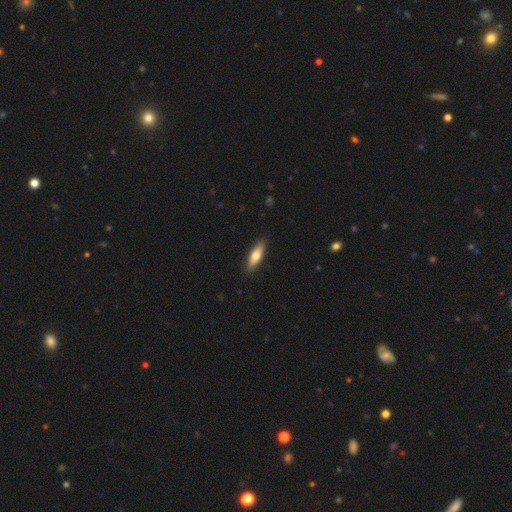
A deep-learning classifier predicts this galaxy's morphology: Overall: smooth (69%). How rounded: cigar-shaped (54%; in between 44%). Merging: none (89%).